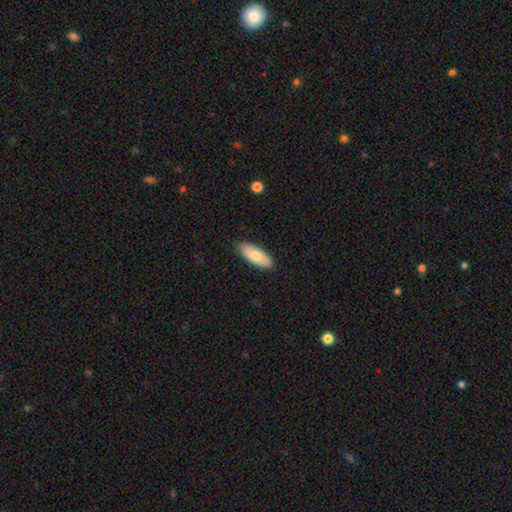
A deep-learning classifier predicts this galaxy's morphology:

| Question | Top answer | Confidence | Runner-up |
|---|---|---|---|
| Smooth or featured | smooth | 78% | featured or disk (16%) |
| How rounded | in between | 80% | cigar-shaped (18%) |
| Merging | none | 87% | minor disturbance (10%) |